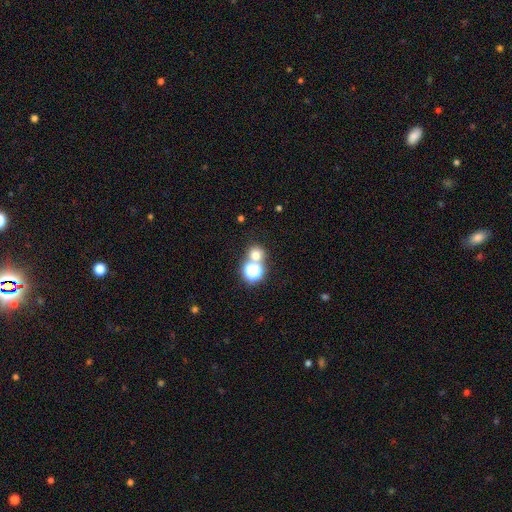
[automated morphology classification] Smooth or featured: smooth — 67% (star or artifact — 25%)
How rounded: round — 87% (in between — 12%)
Merging: none — 63% (merger — 28%)